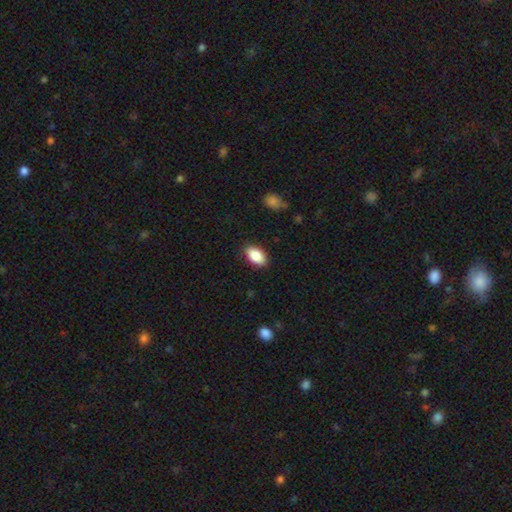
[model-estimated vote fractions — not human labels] This appears to be a smooth galaxy with no disk features (87%) that is in between round and cigar-shaped (92%). Merging: none (86%).